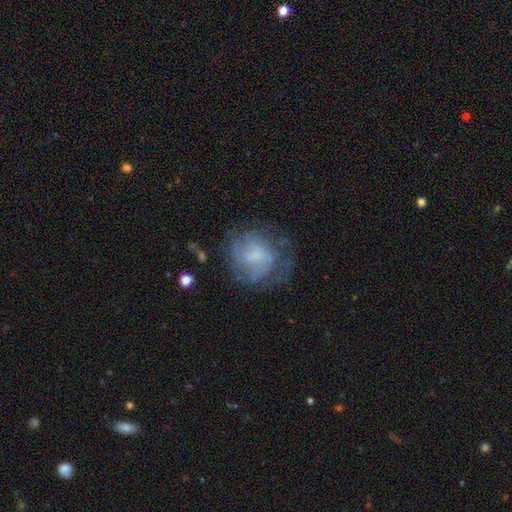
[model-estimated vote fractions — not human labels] Q: Smooth or featured?
A: featured or disk (61%); runner-up: smooth (30%)
Q: Edge-on disk?
A: no (98%); runner-up: yes (2%)
Q: Bar?
A: no (56%); runner-up: weak (38%)
Q: Spiral arms?
A: yes (74%); runner-up: no (26%)
Q: Bulge size?
A: small (37%); runner-up: none (35%)
Q: Merging?
A: none (57%); runner-up: minor disturbance (22%)